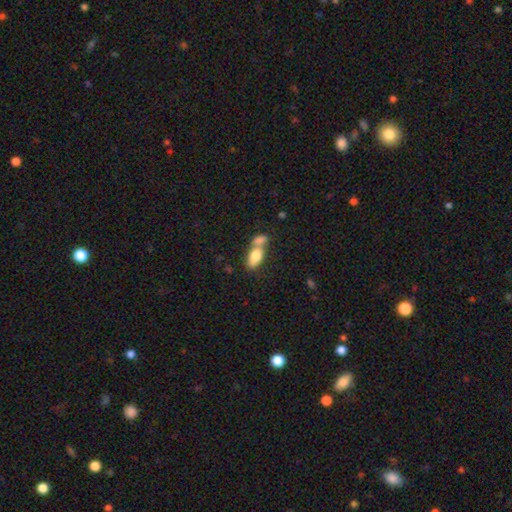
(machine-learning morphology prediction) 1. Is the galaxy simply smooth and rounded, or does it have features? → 74% smooth, 19% featured or disk, 7% star or artifact.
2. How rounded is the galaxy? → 85% in between, 9% cigar-shaped, 6% round.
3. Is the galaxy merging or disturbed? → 55% merger, 30% none, 10% minor disturbance, 5% major disturbance.